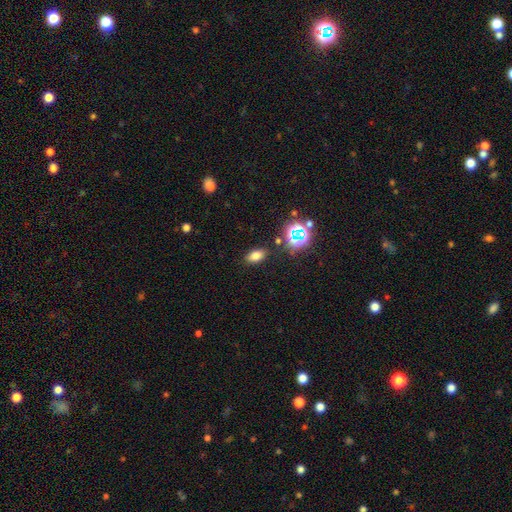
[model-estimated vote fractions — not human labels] smooth 72%, star or artifact 20%, featured or disk 8%. Down the decision tree: how rounded — in between (86%); merging — none (84%).